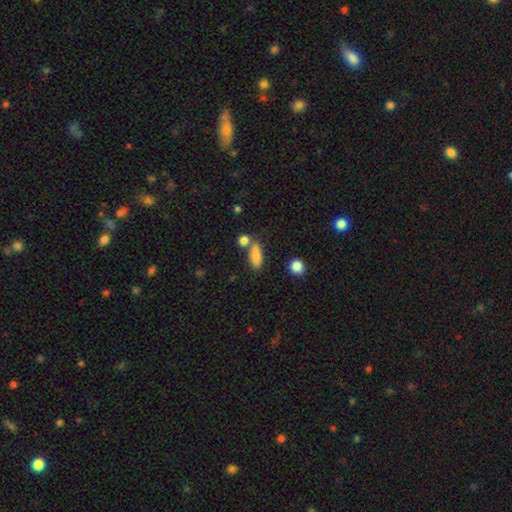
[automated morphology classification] This appears to be a smooth galaxy with no disk features (79%) that is in between round and cigar-shaped (69%). Merging: none (56%).